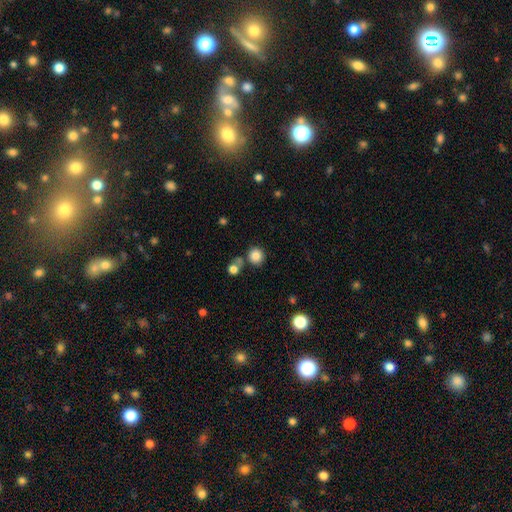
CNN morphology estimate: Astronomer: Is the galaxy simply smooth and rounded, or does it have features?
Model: smooth — 84%.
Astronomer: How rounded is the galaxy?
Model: round — 91%.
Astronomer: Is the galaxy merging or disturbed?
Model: none — 73%.